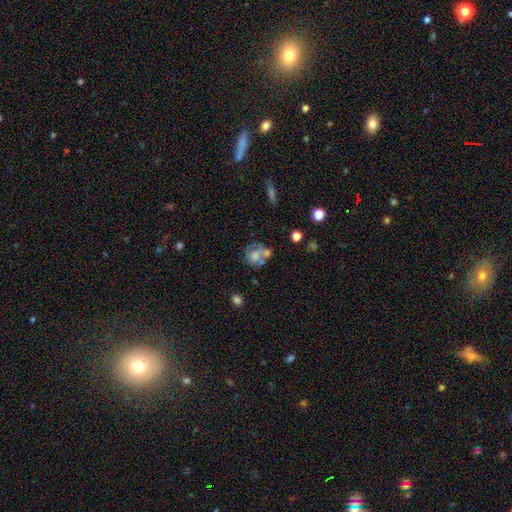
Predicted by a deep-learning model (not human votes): Smooth or featured? smooth (49%)
Merging? merger (35%)